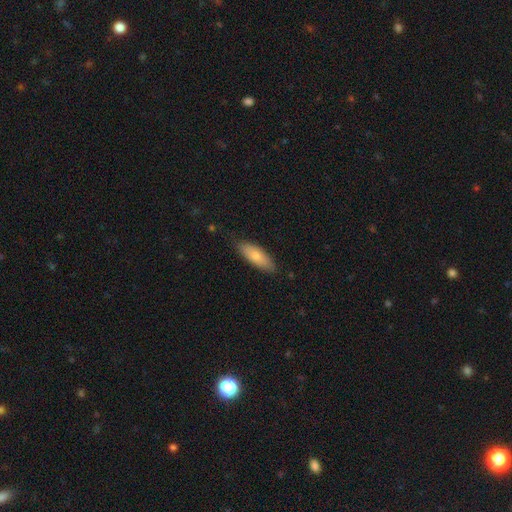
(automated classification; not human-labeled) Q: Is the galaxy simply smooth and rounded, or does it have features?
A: smooth — 75%.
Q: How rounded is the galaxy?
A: in between — 70%.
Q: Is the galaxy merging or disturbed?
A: none — 80%.